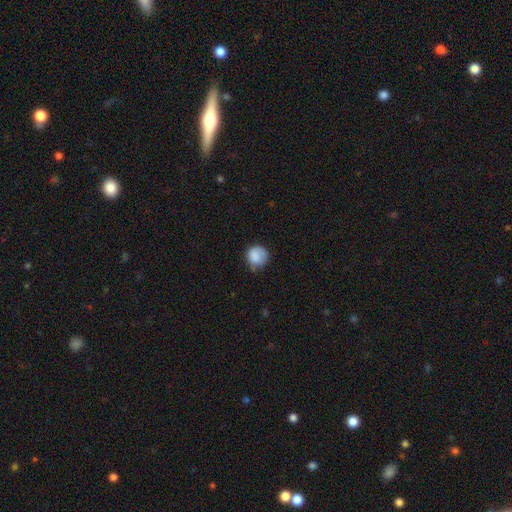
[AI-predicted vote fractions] This appears to be a smooth galaxy with no disk features (84%) that is round (88%). Merging: none (61%).